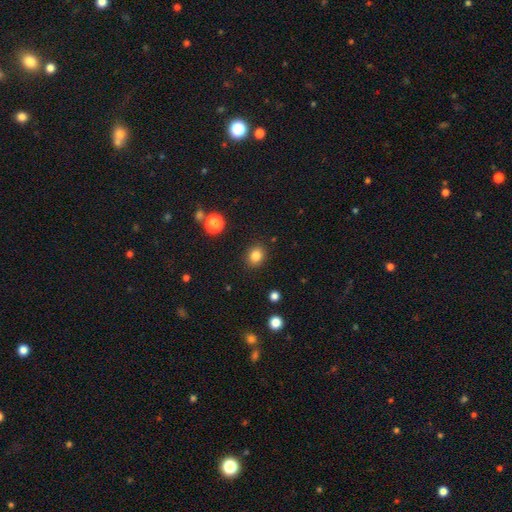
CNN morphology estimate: Smooth or featured?
  - smooth: 83% *
  - star or artifact: 12%
  - featured or disk: 5%
How rounded?
  - round: 68% *
  - in between: 31%
  - cigar-shaped: 1%
Merging?
  - none: 89% *
  - minor disturbance: 7%
  - major disturbance: 2%
  - merger: 2%